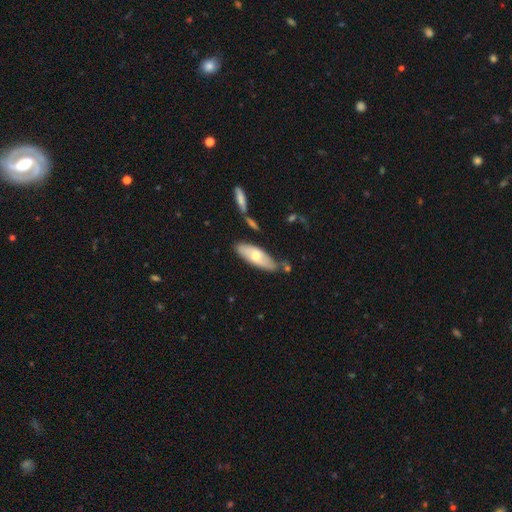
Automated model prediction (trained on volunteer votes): Smooth or featured? Predicted: smooth (p=0.58). How rounded? Predicted: in between (p=0.70). Merging? Predicted: none (p=0.63).